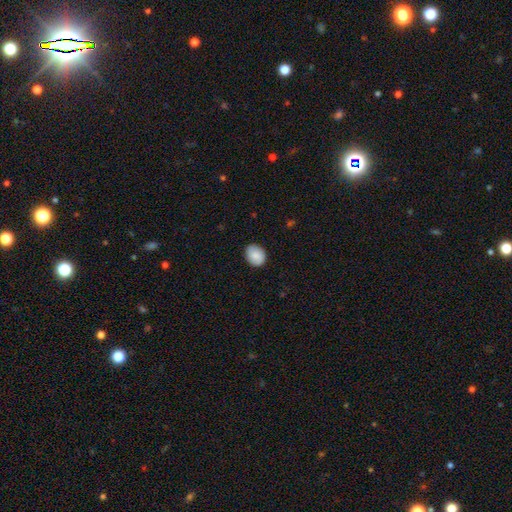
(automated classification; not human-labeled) Morphology: type=smooth (85%); roundness=round (50%); merging=none (85%).